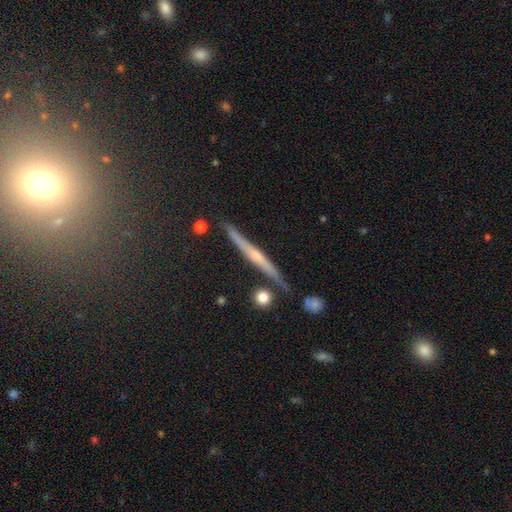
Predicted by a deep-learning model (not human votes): Smooth or featured?
  - featured or disk: 69% *
  - smooth: 19%
  - star or artifact: 11%
Edge-on disk?
  - yes: 96% *
  - no: 4%
Edge-on bulge?
  - rounded: 59% *
  - none: 31%
  - boxy: 9%
Merging?
  - none: 83% *
  - minor disturbance: 11%
  - merger: 4%
  - major disturbance: 2%